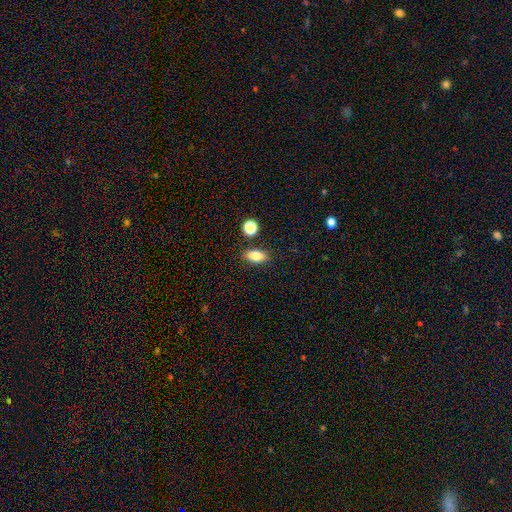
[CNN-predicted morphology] type=smooth (83%); roundness=in between (85%); merging=none (82%).